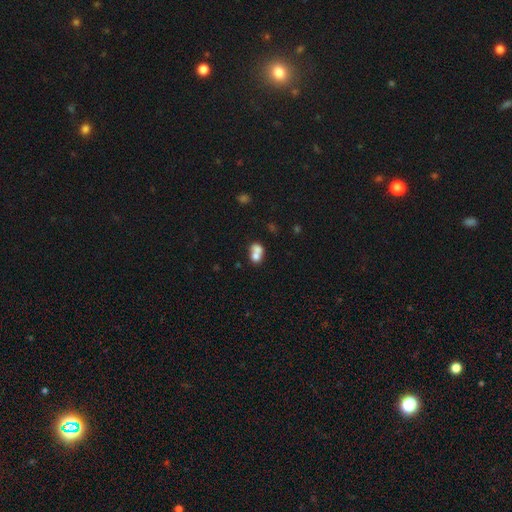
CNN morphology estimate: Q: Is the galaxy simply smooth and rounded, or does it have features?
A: smooth — 69%.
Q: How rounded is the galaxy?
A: round — 53%.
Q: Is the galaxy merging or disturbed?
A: merger — 70%.